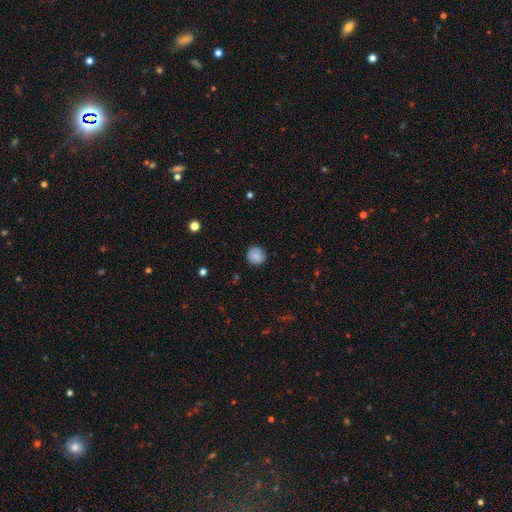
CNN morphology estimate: Smooth or featured? smooth (85%)
How rounded? round (92%)
Merging? none (87%)